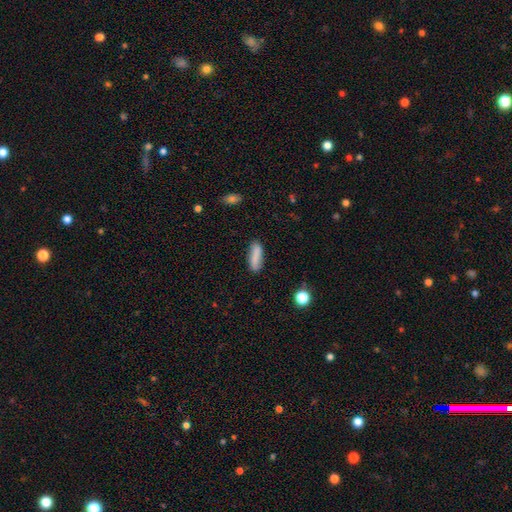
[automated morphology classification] smooth 82%, featured or disk 10%, star or artifact 8%. Down the decision tree: how rounded — cigar-shaped (54%); merging — none (81%).